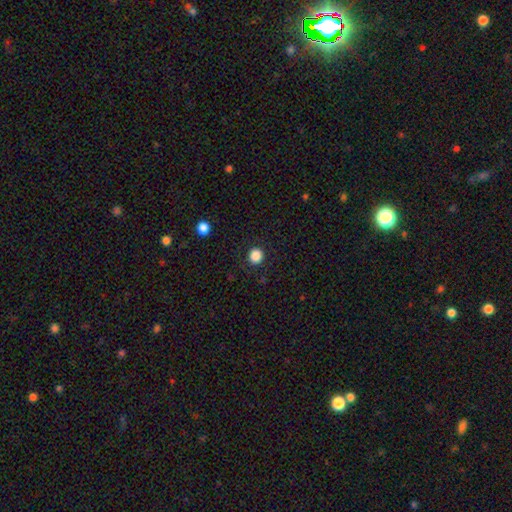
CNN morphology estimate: The model was most divided on "smooth or featured": smooth: 87%, star or artifact: 10%, featured or disk: 3%. More confident: how rounded — round (91%); merging — none (91%).